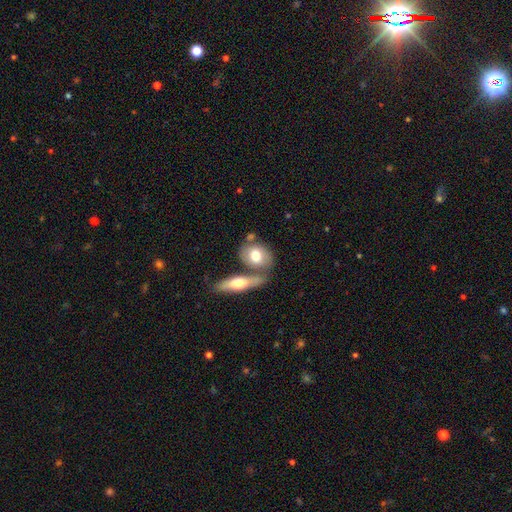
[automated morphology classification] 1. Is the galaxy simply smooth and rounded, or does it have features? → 65% smooth, 30% featured or disk, 5% star or artifact.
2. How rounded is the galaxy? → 68% in between, 26% round, 6% cigar-shaped.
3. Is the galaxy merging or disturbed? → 49% none, 35% merger, 12% minor disturbance, 4% major disturbance.